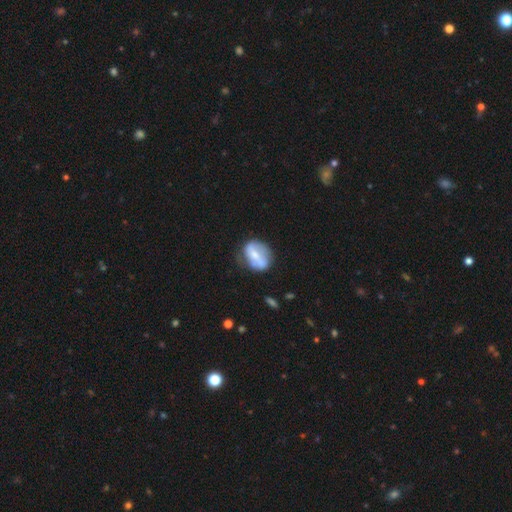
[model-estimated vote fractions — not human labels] A featured or disk galaxy (55%) with a strong bar (34%), spiral arms (53%) and a moderate central bulge (44%). Merging: none (54%).